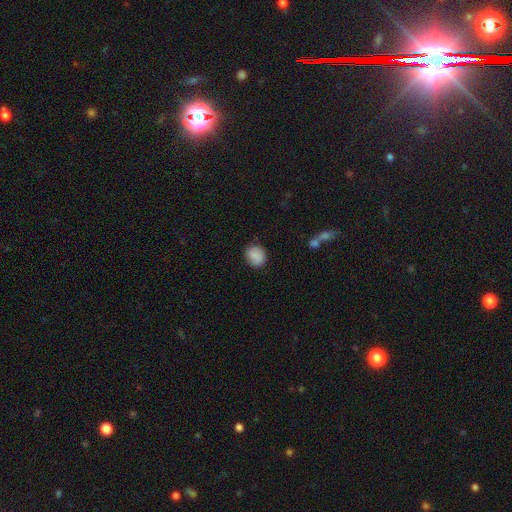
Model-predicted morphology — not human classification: Smooth or featured? smooth (86%)
How rounded? round (73%)
Merging? none (79%)